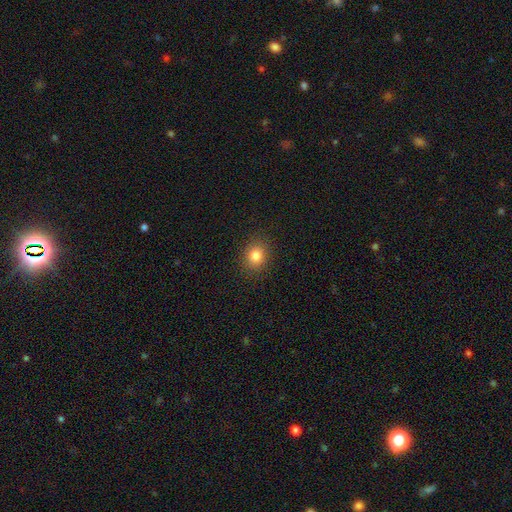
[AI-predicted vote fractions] This is clearly a smooth galaxy (82%). How rounded: likely round (68%). Merging: clearly none (89%).